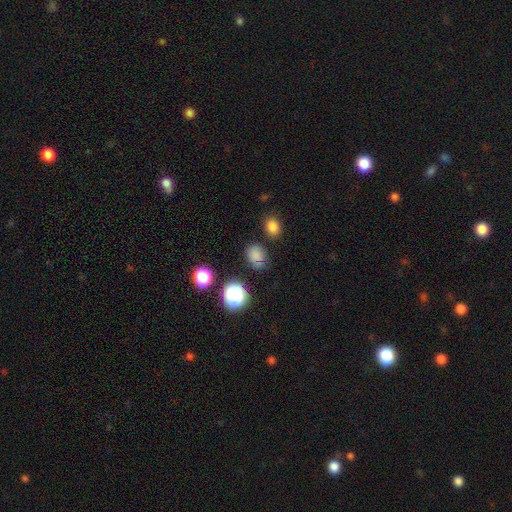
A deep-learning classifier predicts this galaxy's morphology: This is likely a smooth galaxy (75%). How rounded: possibly round (54%). Merging: likely none (69%).